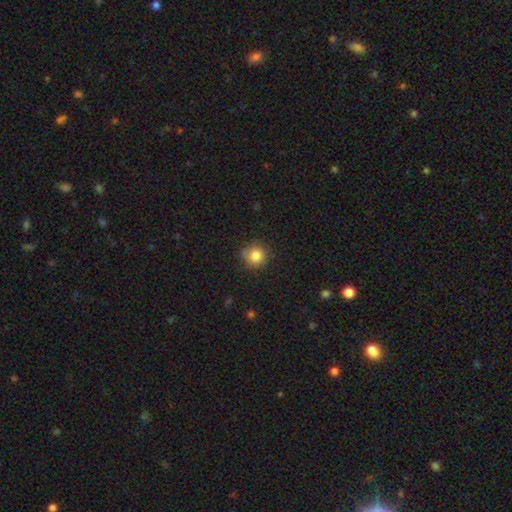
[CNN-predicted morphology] The model was most divided on "merging": none: 79%, minor disturbance: 15%, major disturbance: 4%, merger: 2%. More confident: how rounded — round (92%); smooth or featured — smooth (83%).